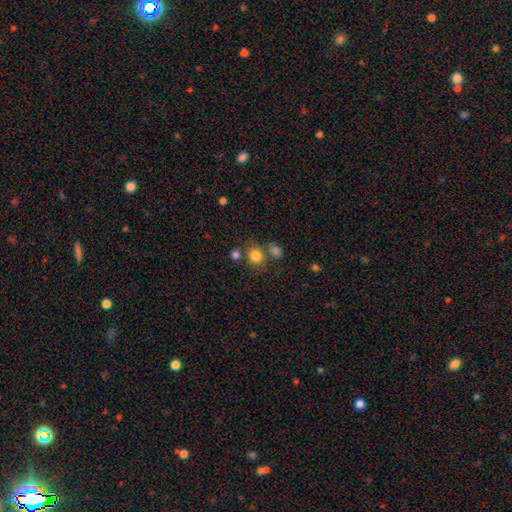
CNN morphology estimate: smooth_or_featured: smooth (p=0.81) [alt: star or artifact p=0.12]
how_rounded: round (p=0.73) [alt: in between p=0.26]
merging: none (p=0.65) [alt: merger p=0.20]